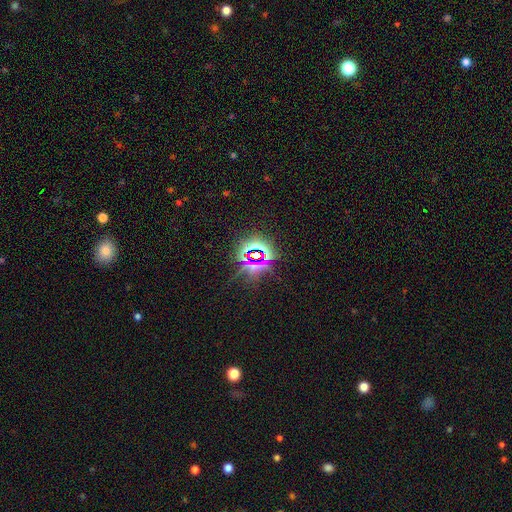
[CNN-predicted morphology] Smooth or featured?
  - star or artifact: 77% *
  - smooth: 14%
  - featured or disk: 9%